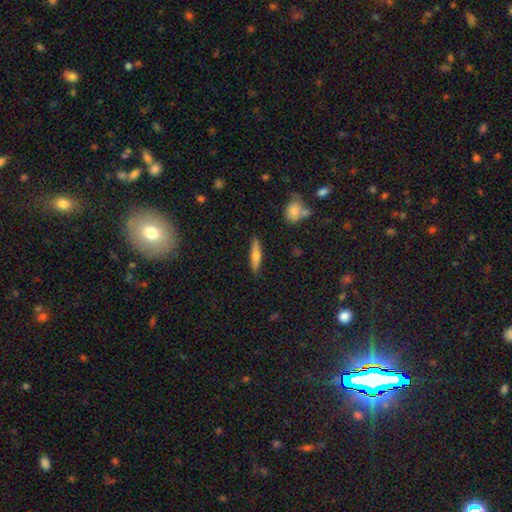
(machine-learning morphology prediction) This is possibly a smooth galaxy (54%). How rounded: clearly cigar-shaped (80%). Merging: clearly none (88%).